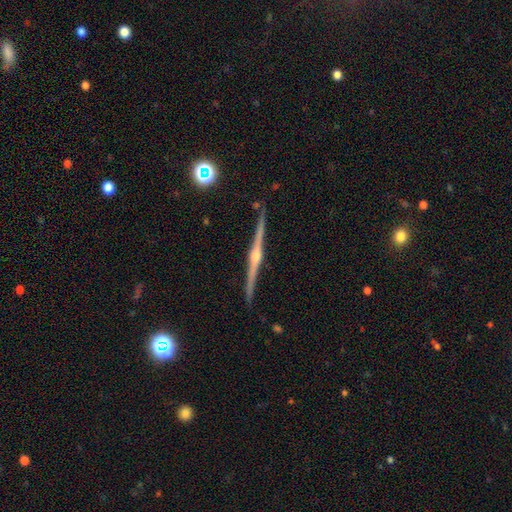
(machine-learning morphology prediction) Q: Smooth or featured?
A: featured or disk (88%); runner-up: smooth (6%)
Q: Edge-on disk?
A: yes (99%); runner-up: no (1%)
Q: Edge-on bulge?
A: rounded (90%); runner-up: none (5%)
Q: Merging?
A: none (90%); runner-up: minor disturbance (7%)